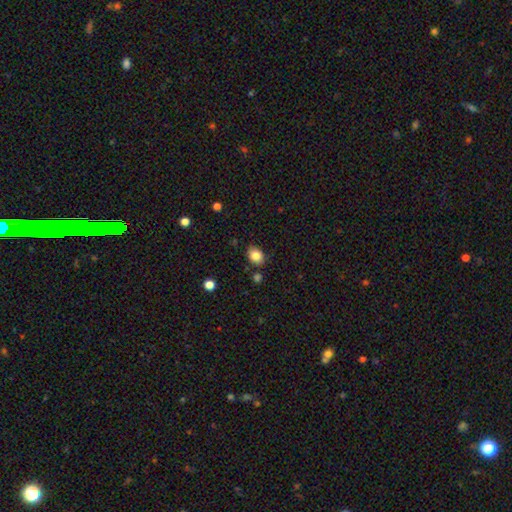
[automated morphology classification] The model was most divided on "how rounded": in between: 61%, round: 38%, cigar-shaped: 1%. More confident: smooth or featured — smooth (84%); merging — none (82%).